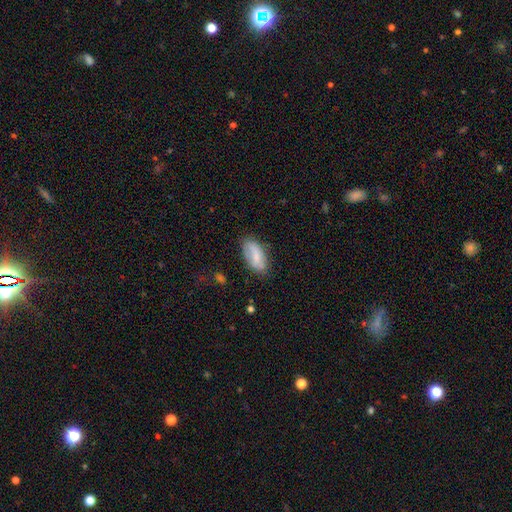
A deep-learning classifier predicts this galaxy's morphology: Smooth or featured? smooth (70%)
How rounded? in between (91%)
Merging? none (69%)